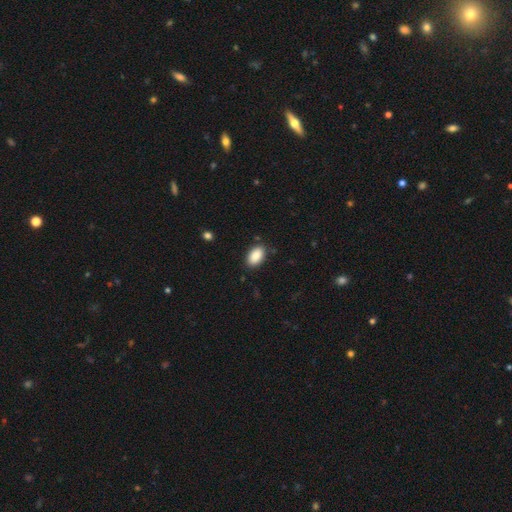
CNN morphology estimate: Smooth or featured: smooth — 89% (star or artifact — 7%)
How rounded: in between — 93% (round — 5%)
Merging: none — 86% (minor disturbance — 10%)